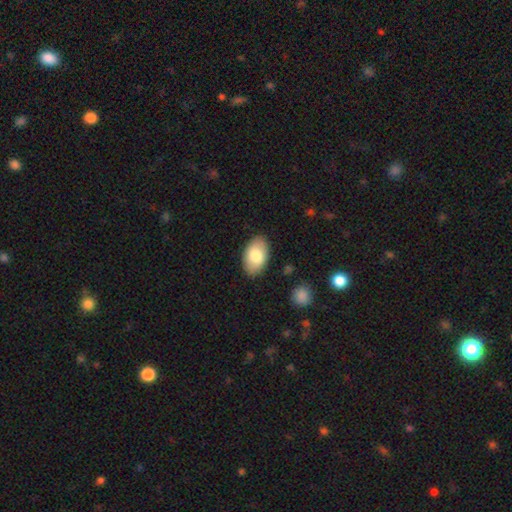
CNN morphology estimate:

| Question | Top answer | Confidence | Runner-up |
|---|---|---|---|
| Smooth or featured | smooth | 80% | featured or disk (14%) |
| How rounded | in between | 93% | round (5%) |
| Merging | none | 87% | minor disturbance (10%) |